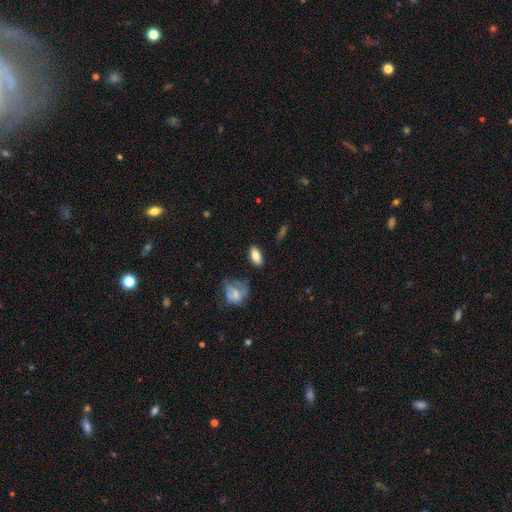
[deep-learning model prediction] This appears to be a smooth galaxy with no disk features (81%) that is in between round and cigar-shaped (88%). Merging: none (80%).